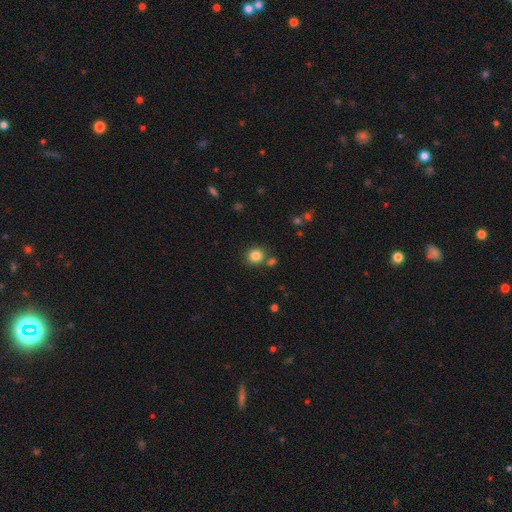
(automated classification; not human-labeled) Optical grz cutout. It shows a smooth galaxy with no disk features (84%) that is round (88%). Merging: none (76%).